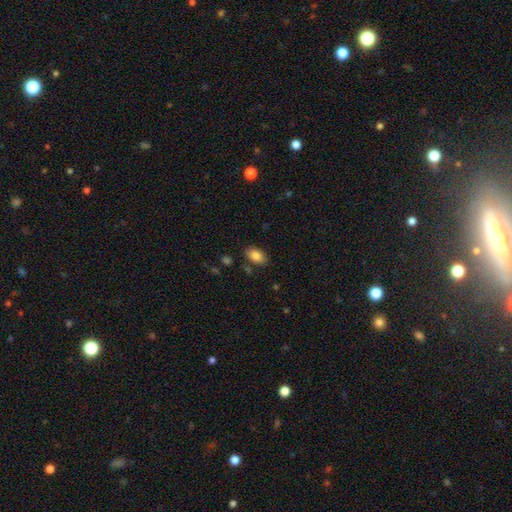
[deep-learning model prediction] A smooth galaxy with no disk features (85%) that is in between round and cigar-shaped (90%).

Vote fractions:
- Smooth or featured? smooth: 85% / star or artifact: 8% / featured or disk: 7%
- How rounded? in between: 90% / round: 8% / cigar-shaped: 2%
- Merging? none: 82% / minor disturbance: 12% / merger: 3% / major disturbance: 3%